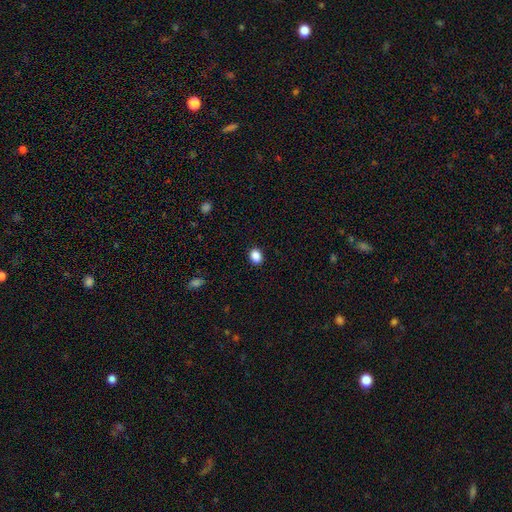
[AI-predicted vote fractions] Morphology: type=smooth (88%); roundness=in between (57%); merging=none (90%).